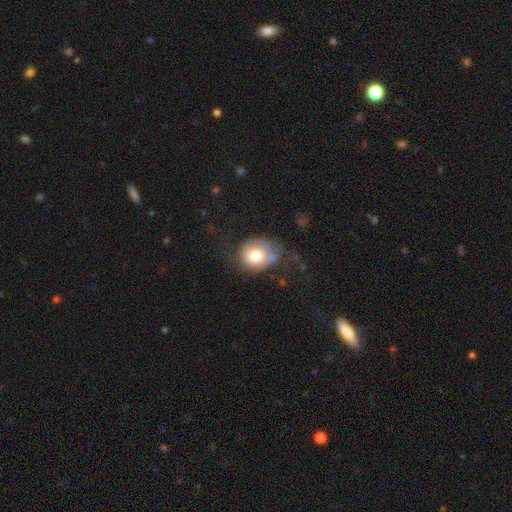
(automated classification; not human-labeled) smooth-or-featured: smooth: 74% | featured or disk: 18% | star or artifact: 8%
  how-rounded: round: 65% | in between: 34% | cigar-shaped: 1%
  merging: none: 44% | minor disturbance: 31% | major disturbance: 21% | merger: 5%